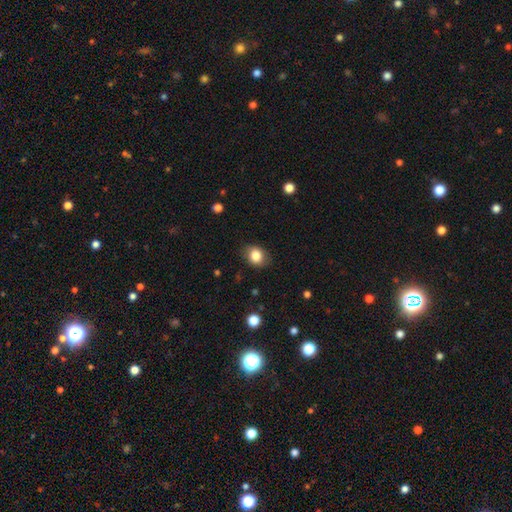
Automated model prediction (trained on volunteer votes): Smooth or featured? smooth (83%)
How rounded? in between (50%)
Merging? none (81%)